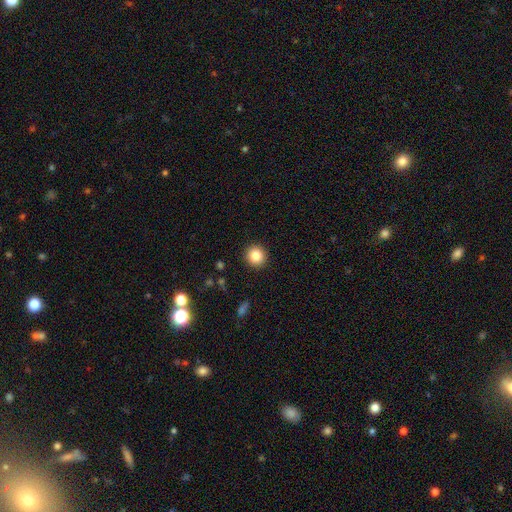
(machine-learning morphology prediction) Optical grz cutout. It shows a smooth galaxy with no disk features (85%) that is round (94%). Merging: none (92%).